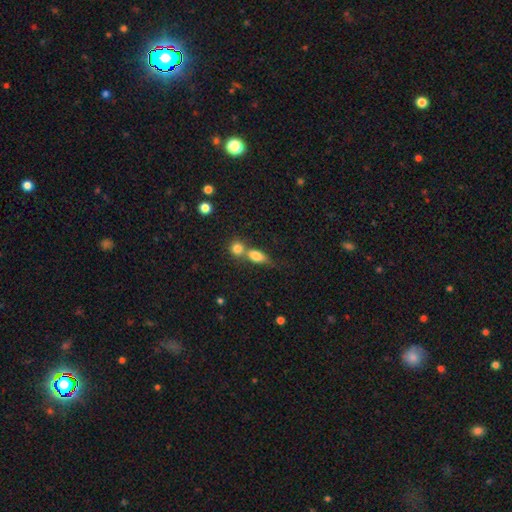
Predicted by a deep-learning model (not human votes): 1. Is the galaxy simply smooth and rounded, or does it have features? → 79% smooth, 12% featured or disk, 9% star or artifact.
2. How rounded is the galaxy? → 72% in between, 17% round, 11% cigar-shaped.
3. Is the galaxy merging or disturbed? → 51% merger, 33% none, 11% minor disturbance, 5% major disturbance.